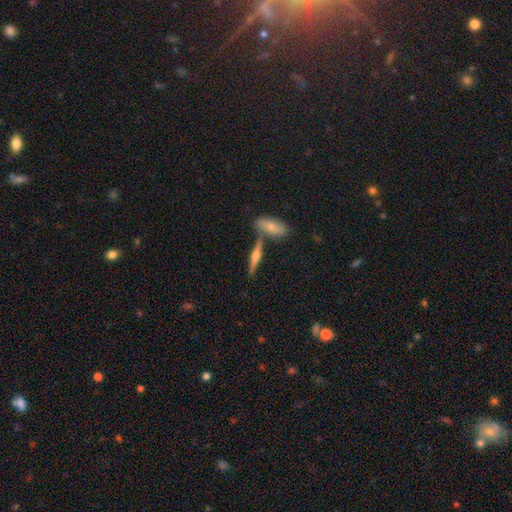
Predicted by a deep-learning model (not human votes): The model was most divided on "smooth or featured": featured or disk: 58%, smooth: 34%, star or artifact: 8%. More confident: edge-on disk — yes (95%); edge-on bulge — rounded (87%); merging — none (69%).